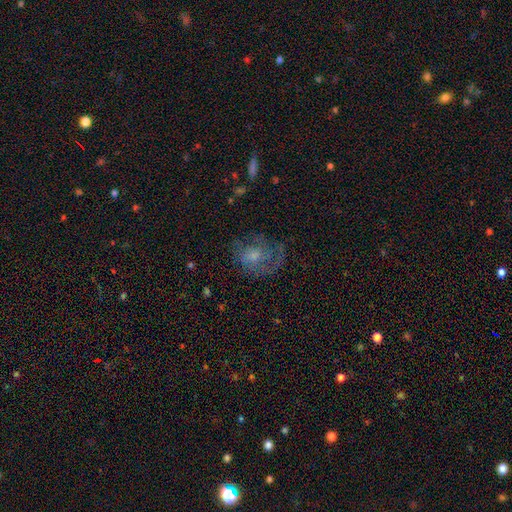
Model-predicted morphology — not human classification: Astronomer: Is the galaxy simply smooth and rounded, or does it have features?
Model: featured or disk — 55% (runner-up: smooth, 34%).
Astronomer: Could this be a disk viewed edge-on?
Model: no — 97%.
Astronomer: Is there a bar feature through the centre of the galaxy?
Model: no — 74%.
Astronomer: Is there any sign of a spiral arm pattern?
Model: yes — 70%.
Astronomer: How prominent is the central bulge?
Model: moderate — 43% (runner-up: small, 39%).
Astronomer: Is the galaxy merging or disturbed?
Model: none — 52%.